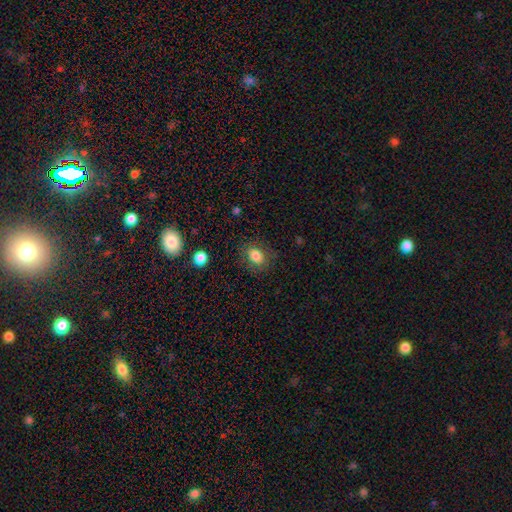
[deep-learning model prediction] Smooth or featured: smooth — 80% (featured or disk — 10%)
How rounded: in between — 65% (round — 33%)
Merging: none — 78% (minor disturbance — 15%)